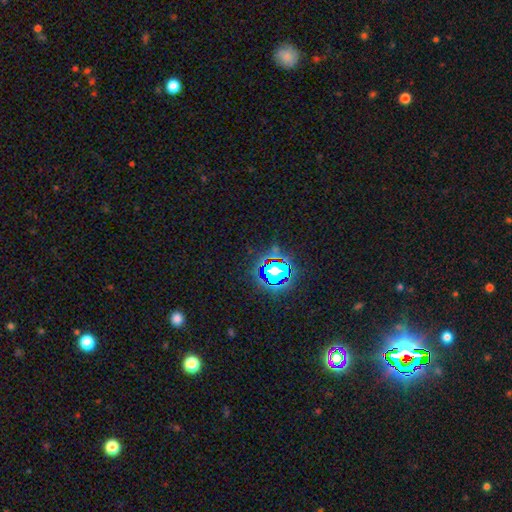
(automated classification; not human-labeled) smooth_or_featured: star or artifact (p=0.80) [alt: smooth p=0.13]